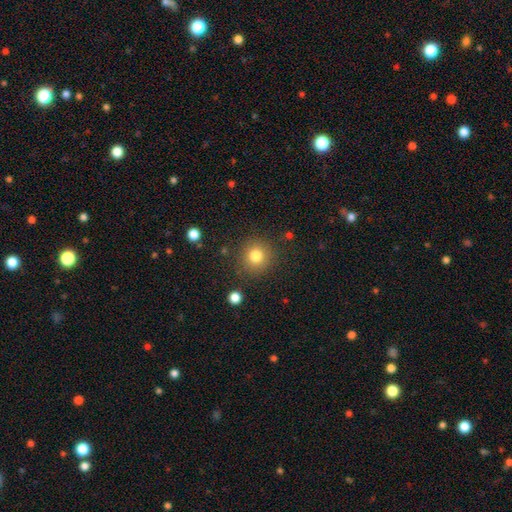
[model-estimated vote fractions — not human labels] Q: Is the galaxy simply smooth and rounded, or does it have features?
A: smooth — 80%.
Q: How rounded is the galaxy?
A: round — 92%.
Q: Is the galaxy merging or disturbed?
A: none — 87%.